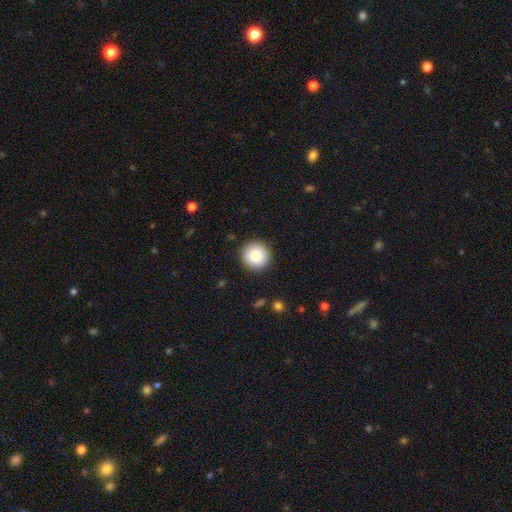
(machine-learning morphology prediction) Smooth or featured? Predicted: smooth (p=0.88). How rounded? Predicted: round (p=0.95). Merging? Predicted: none (p=0.91).